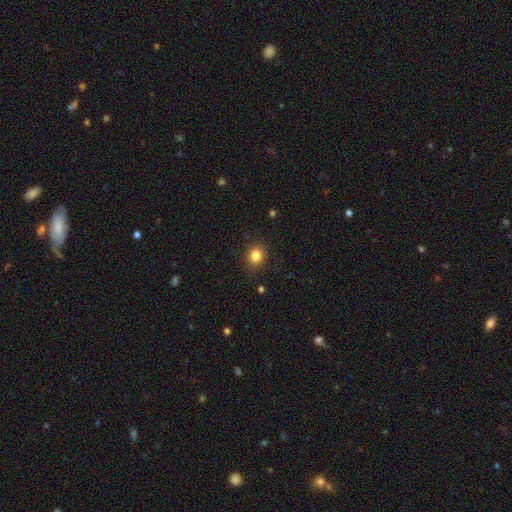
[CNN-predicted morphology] A smooth galaxy with no disk features (83%) that is round (76%).

Vote fractions:
- Smooth or featured? smooth: 83% / star or artifact: 12% / featured or disk: 5%
- How rounded? round: 76% / in between: 23% / cigar-shaped: 1%
- Merging? none: 88% / minor disturbance: 9% / major disturbance: 2% / merger: 1%